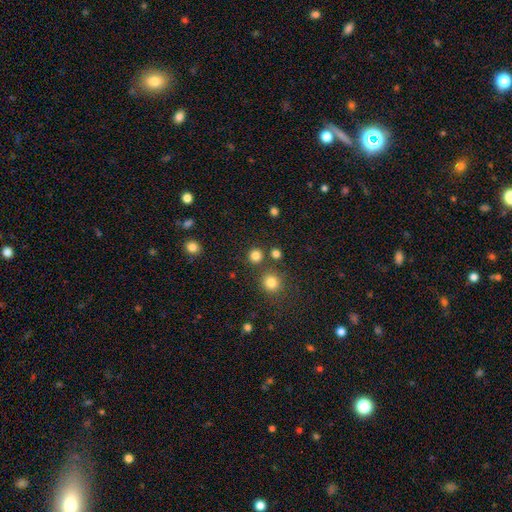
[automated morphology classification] A smooth galaxy with no disk features (81%) that is round (92%). Merging: none (84%).